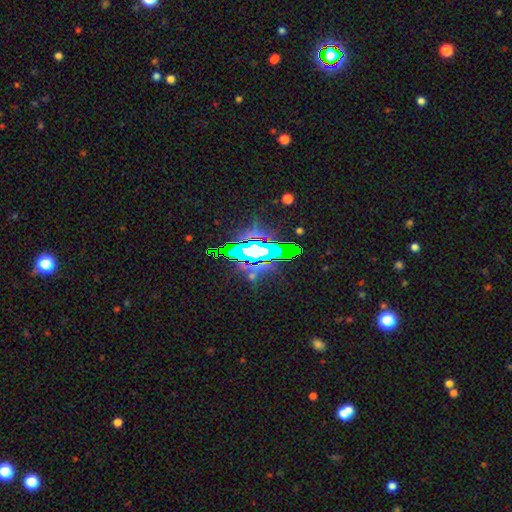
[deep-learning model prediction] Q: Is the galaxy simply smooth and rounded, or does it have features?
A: star or artifact — 64%.